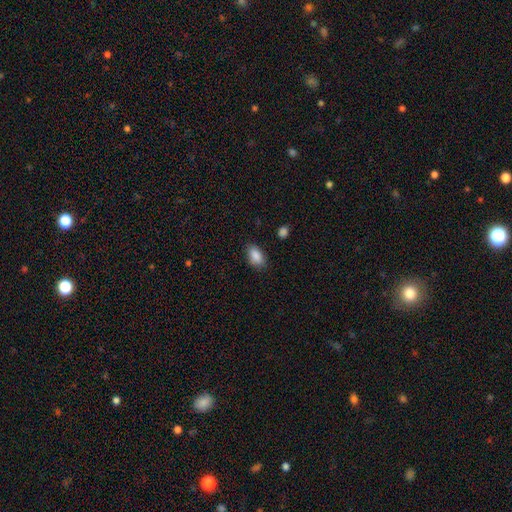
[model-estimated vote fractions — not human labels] Overall: smooth (88%). How rounded: in between (91%). Merging: none (83%).